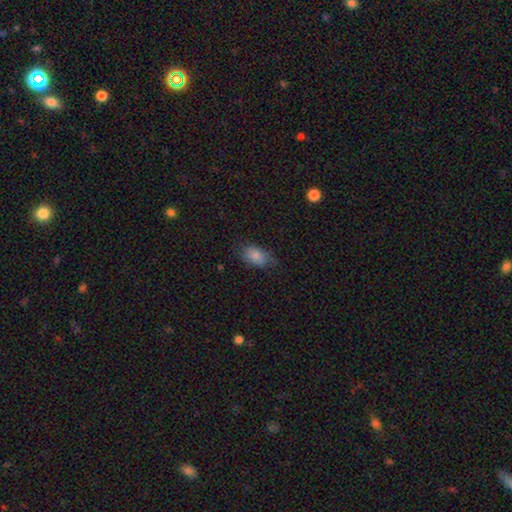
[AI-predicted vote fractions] Smooth or featured? Predicted: smooth (p=0.82). How rounded? Predicted: in between (p=0.88). Merging? Predicted: none (p=0.65).